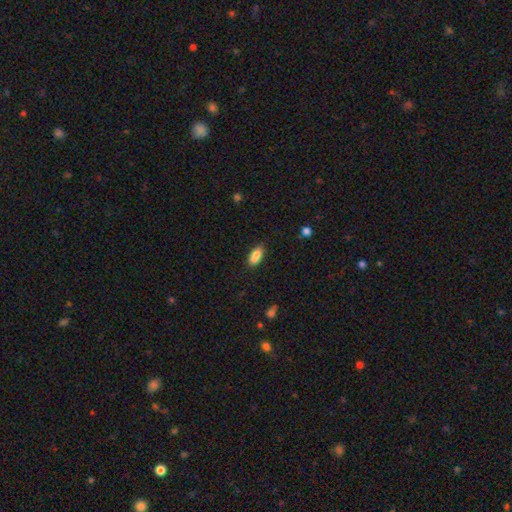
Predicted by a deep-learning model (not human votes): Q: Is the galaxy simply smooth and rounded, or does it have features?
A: smooth — 84%.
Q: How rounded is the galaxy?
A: in between — 85%.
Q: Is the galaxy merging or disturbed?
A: none — 76%.